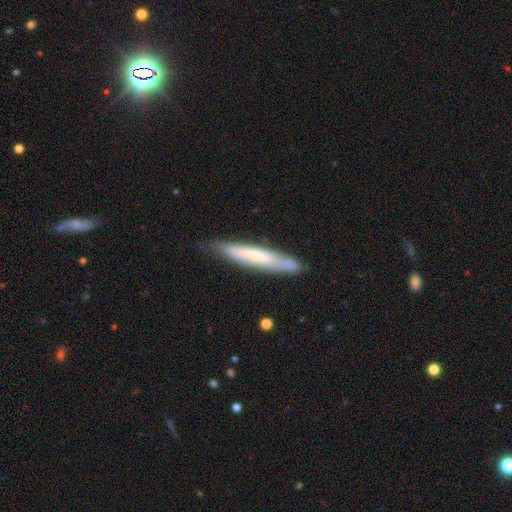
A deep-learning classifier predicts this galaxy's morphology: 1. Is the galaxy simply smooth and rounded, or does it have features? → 51% smooth, 43% featured or disk, 6% star or artifact.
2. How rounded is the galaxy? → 92% cigar-shaped, 6% in between, 1% round.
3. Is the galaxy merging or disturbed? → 77% none, 18% minor disturbance, 3% major disturbance, 2% merger.